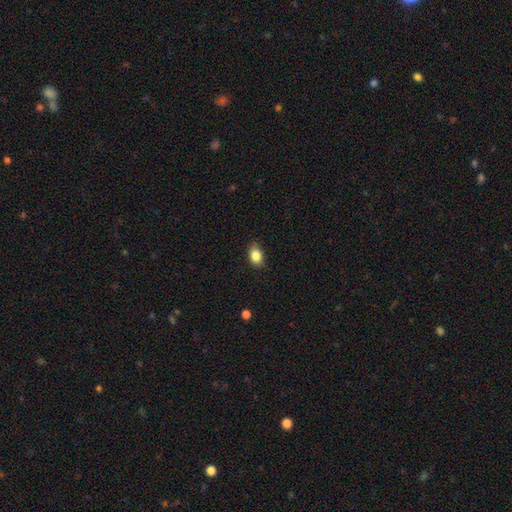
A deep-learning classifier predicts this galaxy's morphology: The model was most divided on "how rounded": in between: 78%, round: 20%, cigar-shaped: 1%. More confident: smooth or featured — smooth (86%); merging — none (80%).